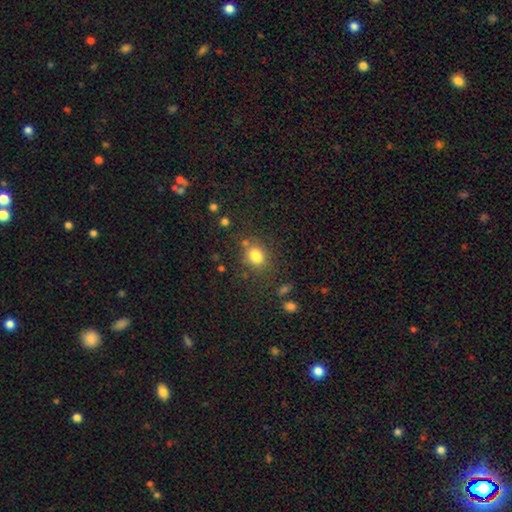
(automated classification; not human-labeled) A smooth galaxy with no disk features (80%) that is in between round and cigar-shaped (51%). Merging: none (69%).